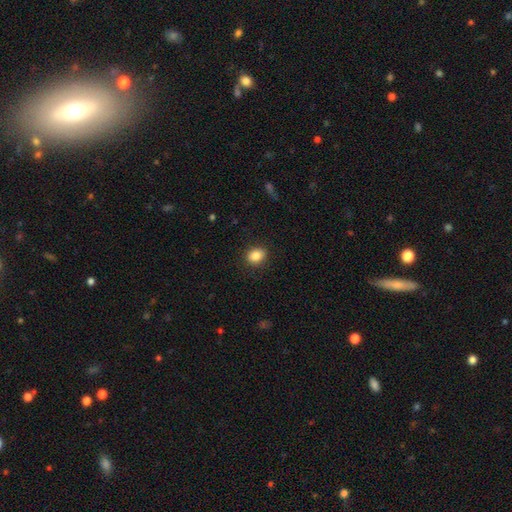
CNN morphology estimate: Overall: smooth (86%). How rounded: in between (55%; round 44%). Merging: none (88%).